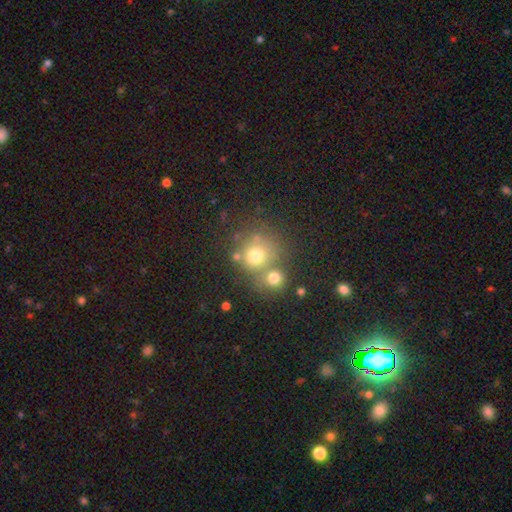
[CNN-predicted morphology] A smooth galaxy with no disk features (70%) that is round (86%).

Vote fractions:
- Smooth or featured? smooth: 70% / star or artifact: 16% / featured or disk: 14%
- How rounded? round: 86% / in between: 13% / cigar-shaped: 1%
- Merging? none: 49% / merger: 38% / minor disturbance: 9% / major disturbance: 4%